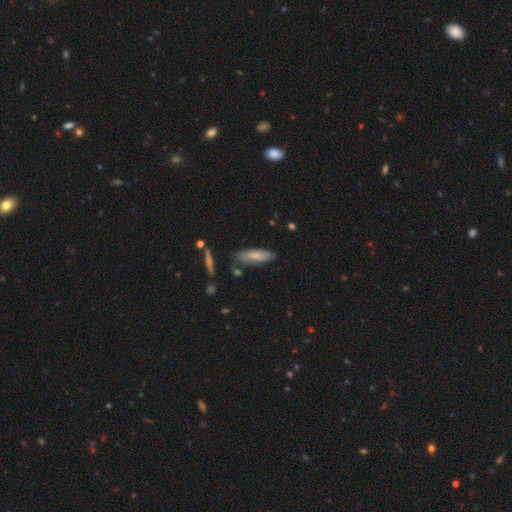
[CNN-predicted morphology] Smooth or featured: smooth — 69% (featured or disk — 24%)
How rounded: cigar-shaped — 51% (in between — 47%)
Merging: none — 70% (minor disturbance — 21%)